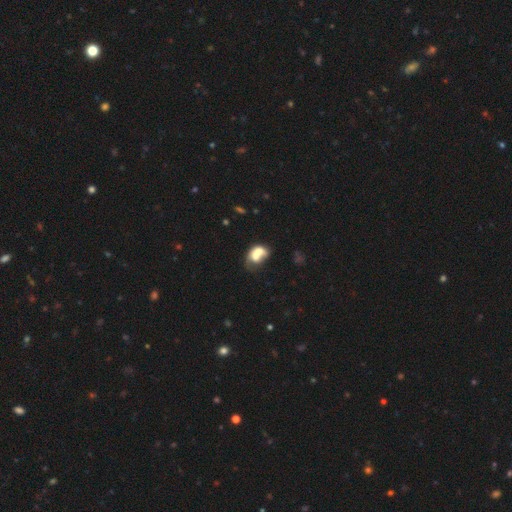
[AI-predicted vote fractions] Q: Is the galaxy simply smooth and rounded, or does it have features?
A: smooth — 59%.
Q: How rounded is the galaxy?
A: in between — 78%.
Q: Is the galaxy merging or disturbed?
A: merger — 41%.